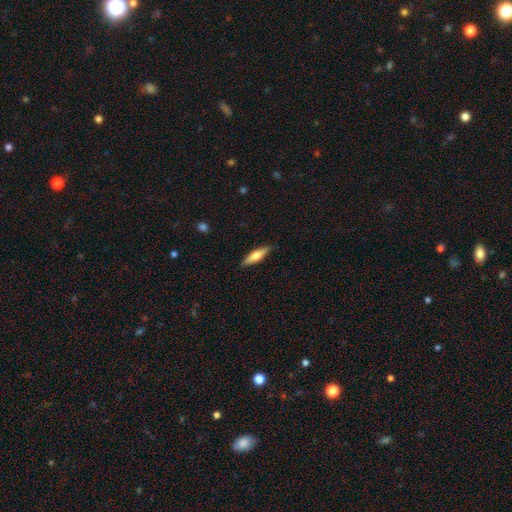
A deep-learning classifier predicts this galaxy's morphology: Smooth or featured: smooth — 65% (featured or disk — 29%)
How rounded: cigar-shaped — 65% (in between — 33%)
Merging: none — 87% (minor disturbance — 10%)